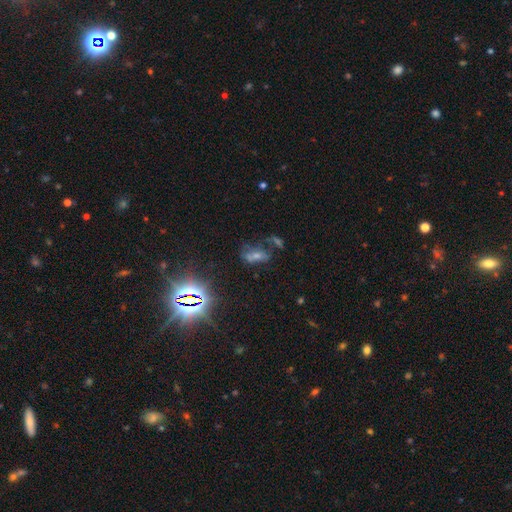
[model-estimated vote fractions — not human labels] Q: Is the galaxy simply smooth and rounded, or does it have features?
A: smooth — 39%.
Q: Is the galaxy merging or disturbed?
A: none — 35%.